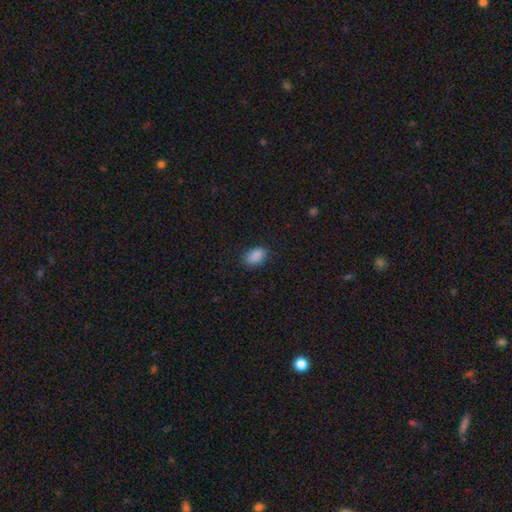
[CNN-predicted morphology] smooth-or-featured: smooth: 88% | star or artifact: 9% | featured or disk: 3%
  how-rounded: in between: 88% | round: 10% | cigar-shaped: 1%
  merging: none: 83% | minor disturbance: 13% | major disturbance: 3% | merger: 1%